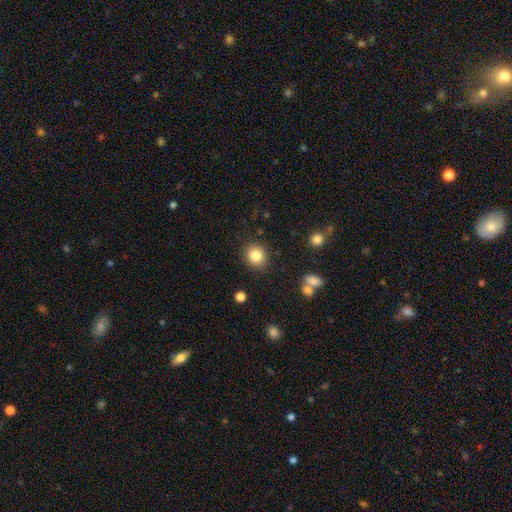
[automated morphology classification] Overall: smooth (84%). How rounded: round (82%). Merging: none (87%).